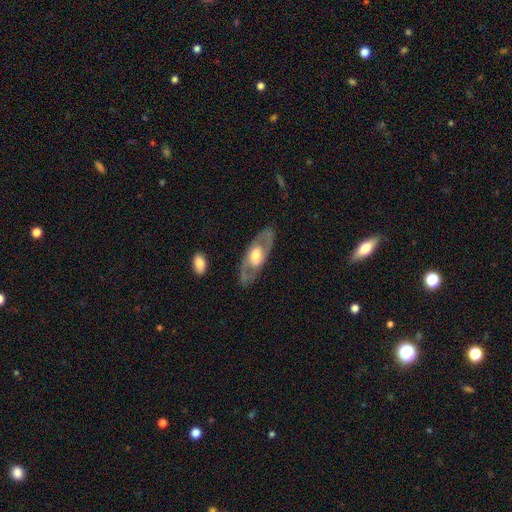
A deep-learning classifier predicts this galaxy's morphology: type=featured or disk (70%); edge-on=no (81%); bar=no (66%); spiral arms=no (51%); bulge=moderate (54%); merging=none (83%).